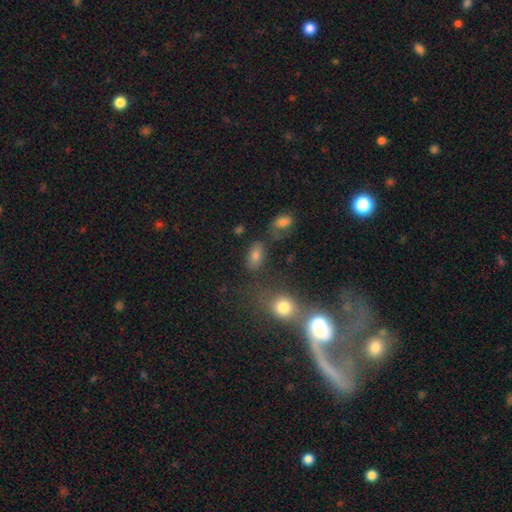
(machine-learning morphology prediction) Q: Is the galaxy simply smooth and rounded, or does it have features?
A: smooth — 70%.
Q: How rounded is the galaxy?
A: in between — 82%.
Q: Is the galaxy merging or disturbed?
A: none — 64%.